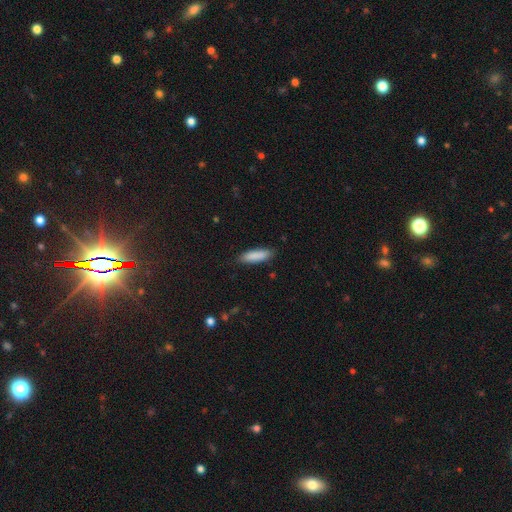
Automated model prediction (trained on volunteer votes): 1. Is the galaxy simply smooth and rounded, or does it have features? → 88% smooth, 6% star or artifact, 6% featured or disk.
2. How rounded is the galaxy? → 58% cigar-shaped, 41% in between, 1% round.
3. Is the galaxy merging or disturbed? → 86% none, 10% minor disturbance, 2% major disturbance, 1% merger.